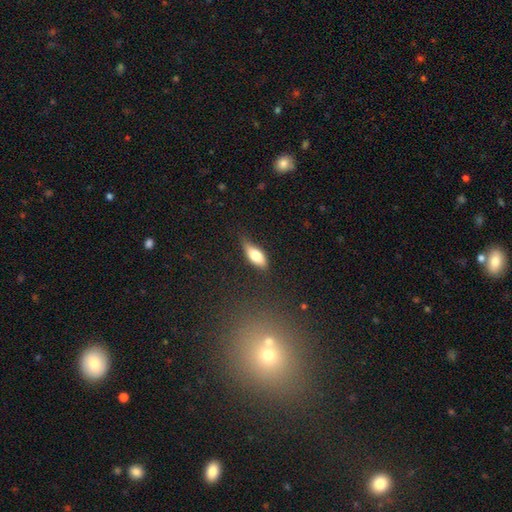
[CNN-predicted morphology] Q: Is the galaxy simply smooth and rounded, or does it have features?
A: smooth — 74%.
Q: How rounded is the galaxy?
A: in between — 77%.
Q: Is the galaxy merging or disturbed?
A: none — 65%.